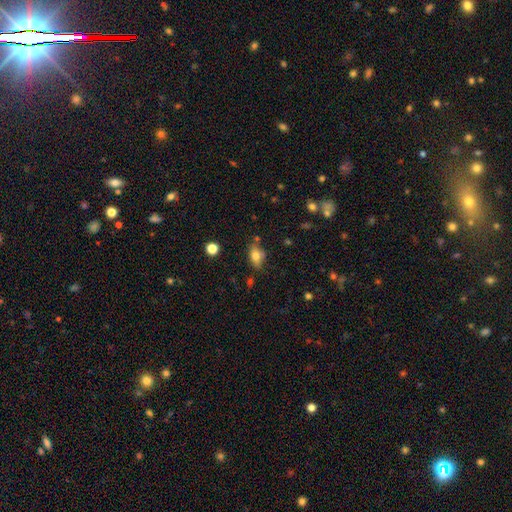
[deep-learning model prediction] This is likely a smooth galaxy (73%). How rounded: clearly in between (81%). Merging: likely none (68%).